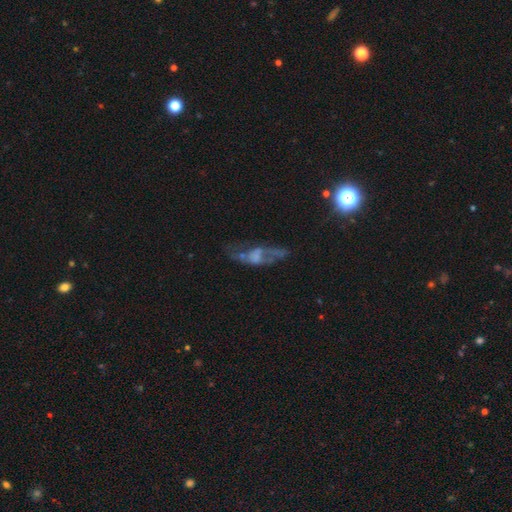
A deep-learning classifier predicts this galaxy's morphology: This is possibly a featured or disk galaxy (57%). It is likely not viewed edge-on (78%). Merging: marginally none (40%).